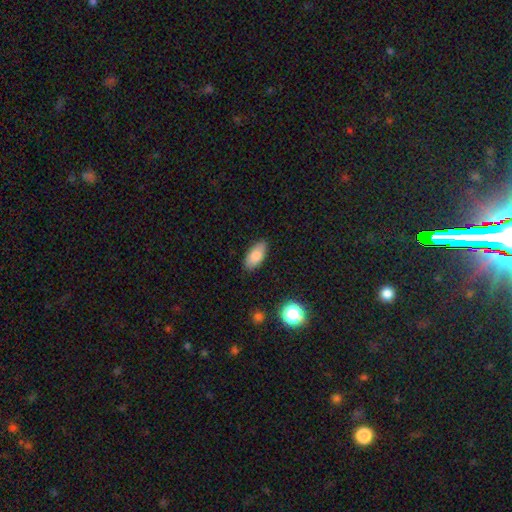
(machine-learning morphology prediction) A smooth galaxy with no disk features (83%) that is in between round and cigar-shaped (91%).

Vote fractions:
- Smooth or featured? smooth: 83% / featured or disk: 9% / star or artifact: 8%
- How rounded? in between: 91% / cigar-shaped: 7% / round: 3%
- Merging? none: 87% / minor disturbance: 10% / major disturbance: 2% / merger: 1%